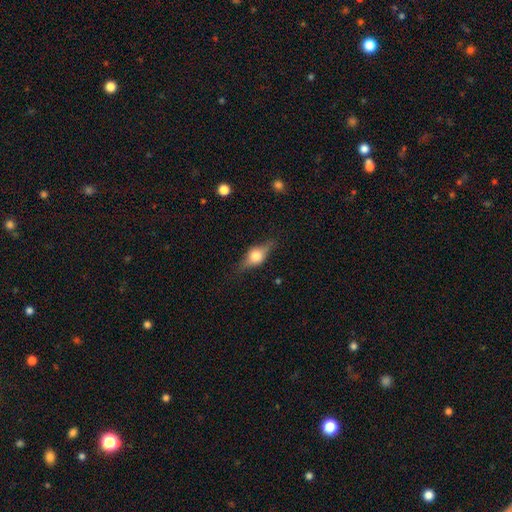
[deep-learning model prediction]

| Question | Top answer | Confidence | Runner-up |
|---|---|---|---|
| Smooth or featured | featured or disk | 56% | smooth (36%) |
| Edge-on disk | yes | 92% | no (8%) |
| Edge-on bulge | rounded | 93% | boxy (6%) |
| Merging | none | 79% | minor disturbance (15%) |